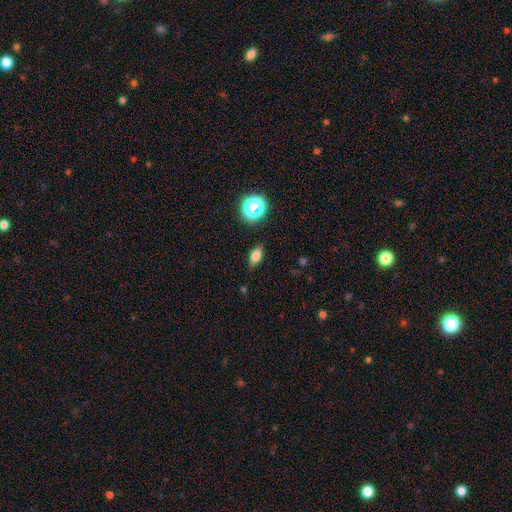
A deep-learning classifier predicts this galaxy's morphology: smooth_or_featured: smooth (p=0.72) [alt: featured or disk p=0.15]
how_rounded: in between (p=0.78) [alt: round p=0.14]
merging: none (p=0.82) [alt: minor disturbance p=0.13]